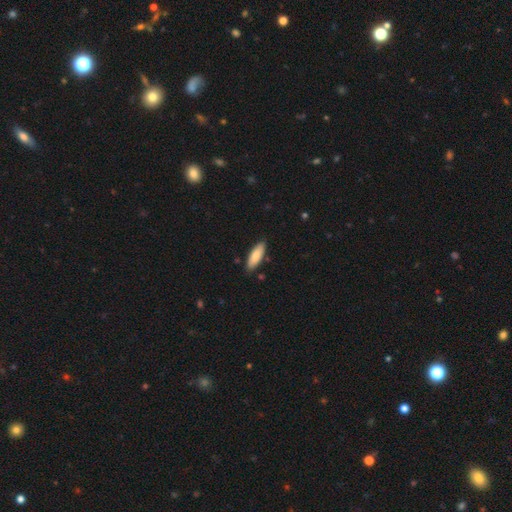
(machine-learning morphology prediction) A smooth galaxy with no disk features (82%) that is in between round and cigar-shaped (59%).

Vote fractions:
- Smooth or featured? smooth: 82% / featured or disk: 13% / star or artifact: 5%
- How rounded? in between: 59% / cigar-shaped: 39% / round: 2%
- Merging? none: 86% / minor disturbance: 11% / major disturbance: 2% / merger: 2%